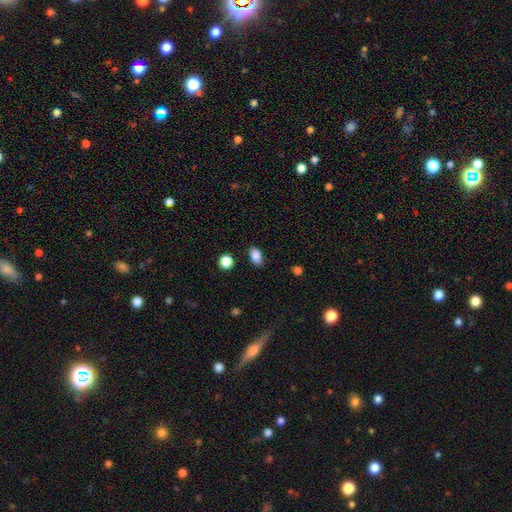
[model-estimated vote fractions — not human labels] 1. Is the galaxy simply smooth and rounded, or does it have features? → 87% smooth, 8% star or artifact, 5% featured or disk.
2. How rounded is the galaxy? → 89% in between, 8% round, 3% cigar-shaped.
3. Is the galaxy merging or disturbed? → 84% none, 11% minor disturbance, 3% major disturbance, 2% merger.